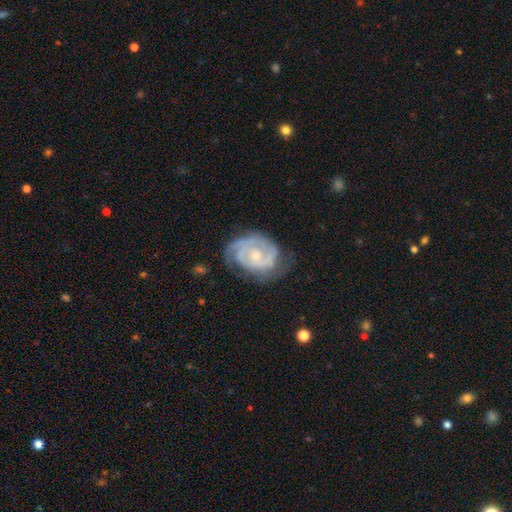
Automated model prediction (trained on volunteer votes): Morphology: type=featured or disk (84%); edge-on=no (97%); bar=no (73%); spiral arms=yes (94%); winding=tight (64%); arm count=2 (45%); bulge=small (60%); merging=none (63%).